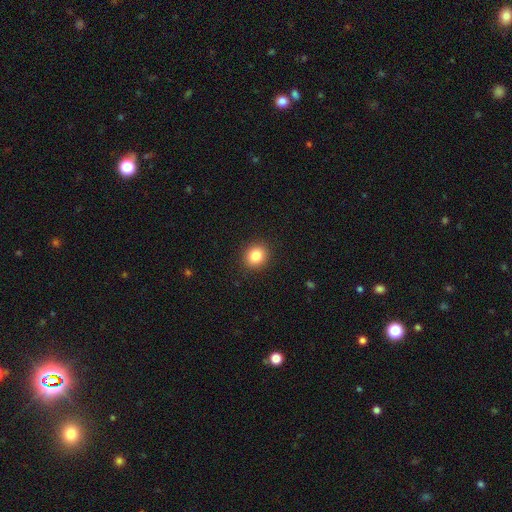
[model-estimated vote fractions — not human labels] smooth_or_featured: smooth (p=0.85) [alt: star or artifact p=0.10]
how_rounded: round (p=0.78) [alt: in between p=0.21]
merging: none (p=0.91) [alt: minor disturbance p=0.06]